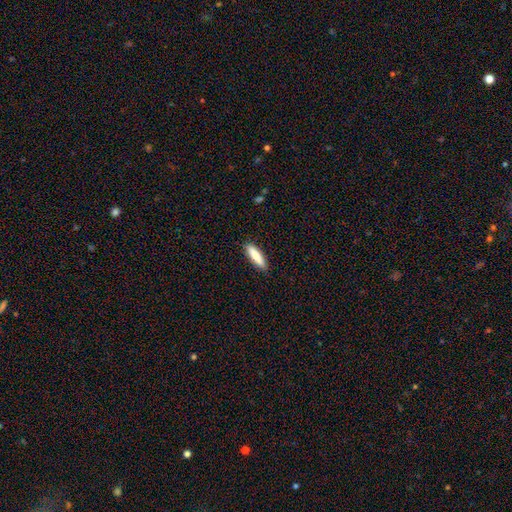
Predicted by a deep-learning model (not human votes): Morphology: type=smooth (80%); roundness=cigar-shaped (66%); merging=none (88%).